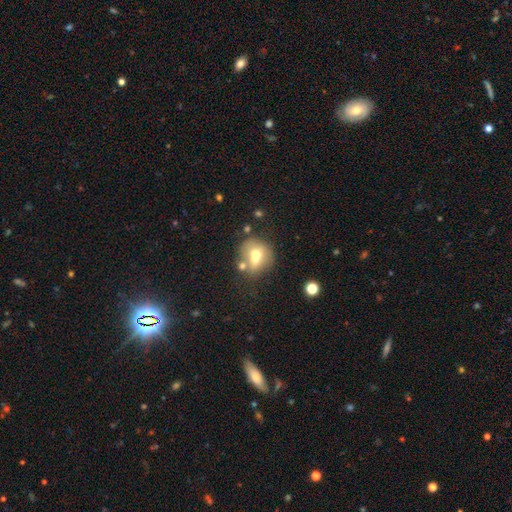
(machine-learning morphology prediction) type=smooth (60%); roundness=round (70%); merging=none (42%).